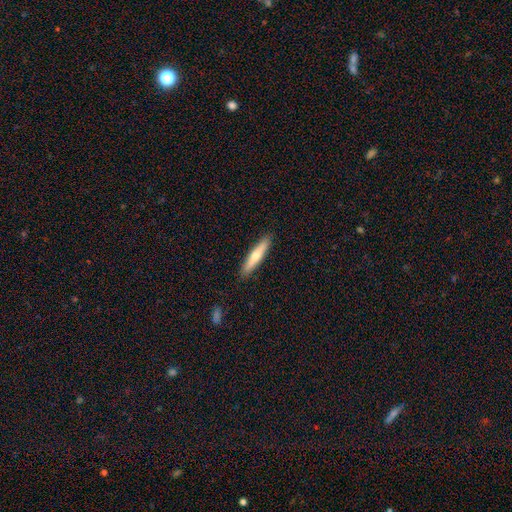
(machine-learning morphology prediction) Q: Smooth or featured?
A: smooth (58%); runner-up: featured or disk (37%)
Q: How rounded?
A: cigar-shaped (87%); runner-up: in between (11%)
Q: Merging?
A: none (91%); runner-up: minor disturbance (7%)